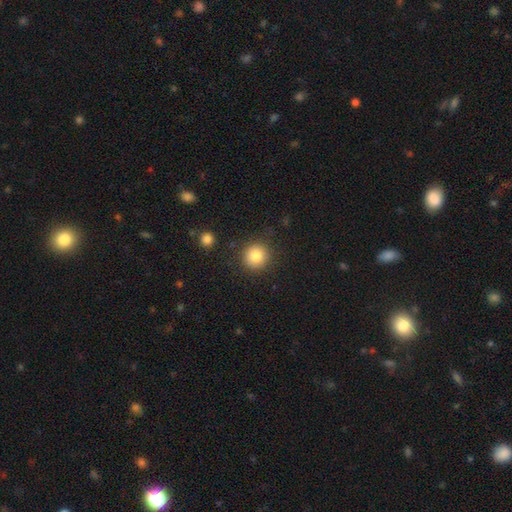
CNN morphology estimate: A smooth galaxy with no disk features (82%) that is round (93%).

Vote fractions:
- Smooth or featured? smooth: 82% / star or artifact: 11% / featured or disk: 7%
- How rounded? round: 93% / in between: 6% / cigar-shaped: 1%
- Merging? none: 87% / minor disturbance: 8% / major disturbance: 3% / merger: 2%